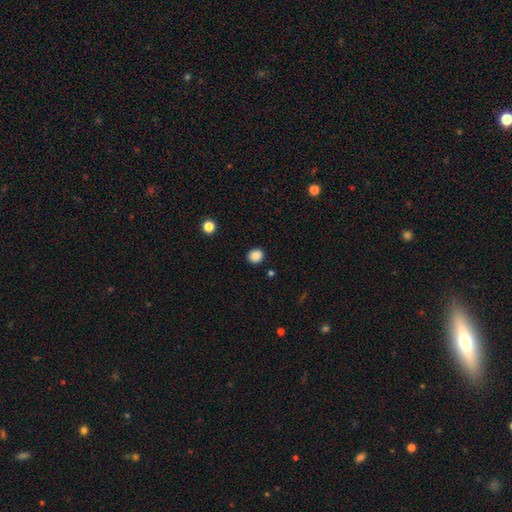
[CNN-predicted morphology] A smooth galaxy with no disk features (88%) that is round (71%).

Vote fractions:
- Smooth or featured? smooth: 88% / star or artifact: 10% / featured or disk: 3%
- How rounded? round: 71% / in between: 28% / cigar-shaped: 1%
- Merging? none: 90% / minor disturbance: 7% / major disturbance: 2% / merger: 1%